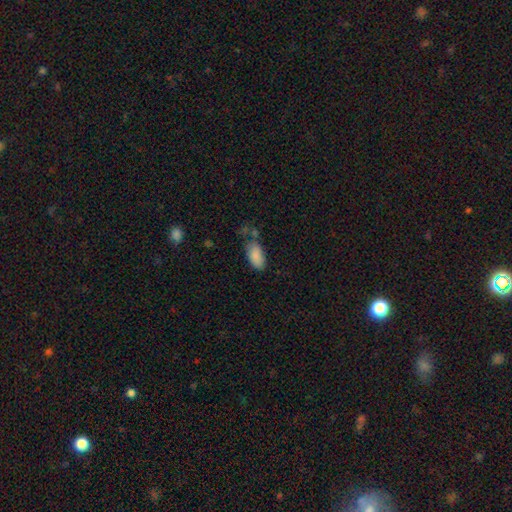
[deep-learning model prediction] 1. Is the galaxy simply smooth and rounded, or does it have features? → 87% smooth, 7% star or artifact, 6% featured or disk.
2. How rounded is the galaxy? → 93% in between, 4% cigar-shaped, 2% round.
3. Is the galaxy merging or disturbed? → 59% none, 23% minor disturbance, 10% merger, 8% major disturbance.